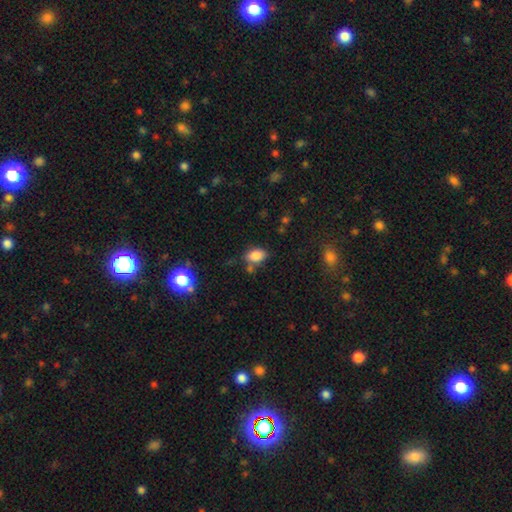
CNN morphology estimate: This appears to be a smooth galaxy with no disk features (84%) that is in between round and cigar-shaped (85%). Merging: none (68%).